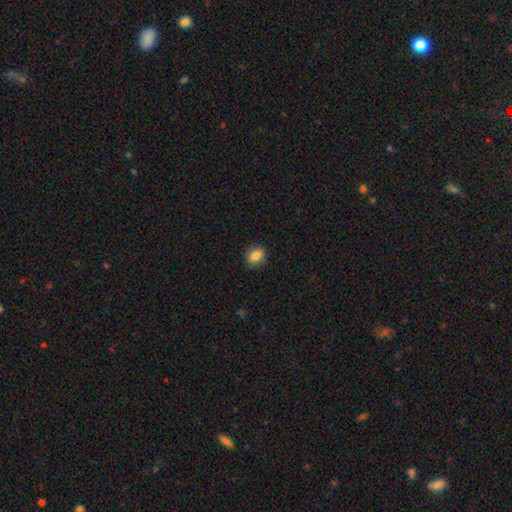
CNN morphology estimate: Smooth or featured? smooth (84%)
How rounded? in between (50%)
Merging? none (89%)